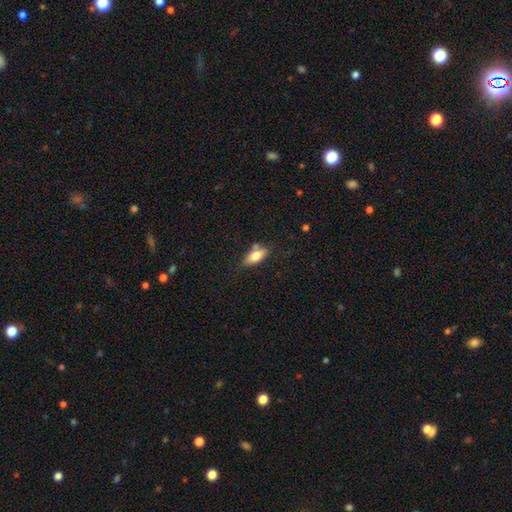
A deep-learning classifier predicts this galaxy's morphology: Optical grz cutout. It shows a smooth galaxy with no disk features (75%) that is in between round and cigar-shaped (84%). Merging: none (63%).